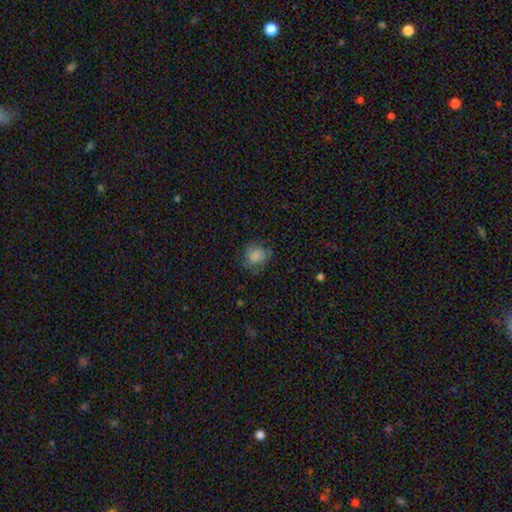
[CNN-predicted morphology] smooth 69%, featured or disk 21%, star or artifact 10%. Down the decision tree: how rounded — round (77%); merging — none (66%).